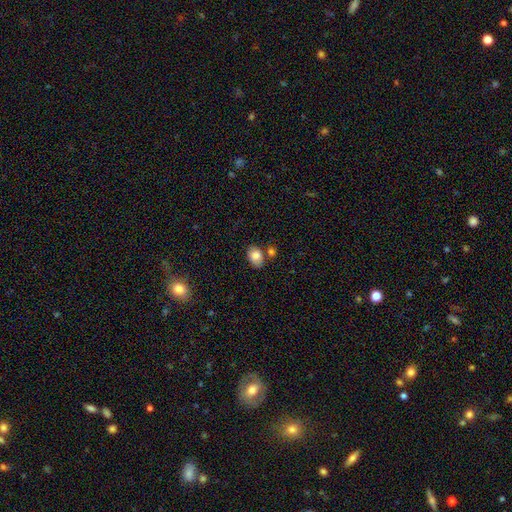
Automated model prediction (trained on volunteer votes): Smooth or featured? smooth (83%)
How rounded? in between (80%)
Merging? none (68%)